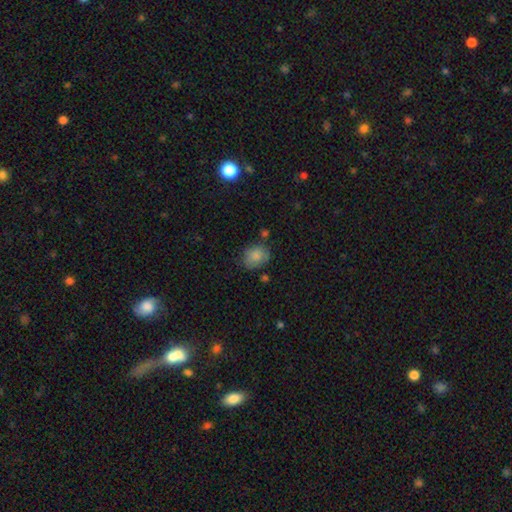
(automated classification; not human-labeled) smooth 83%, star or artifact 9%, featured or disk 8%. Down the decision tree: how rounded — round (53%); merging — none (67%).